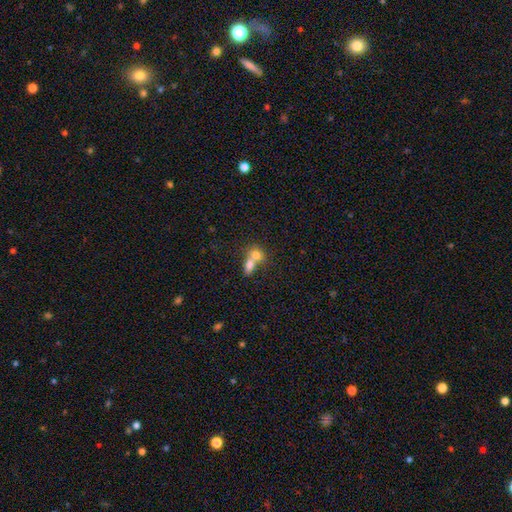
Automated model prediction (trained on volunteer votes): Smooth or featured: smooth — 74% (featured or disk — 16%)
How rounded: in between — 60% (round — 37%)
Merging: merger — 70% (none — 21%)